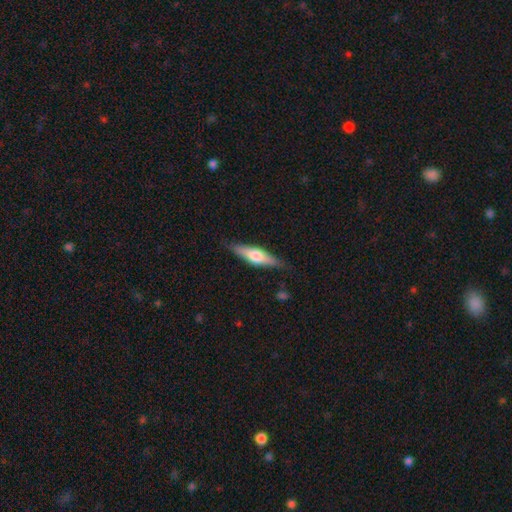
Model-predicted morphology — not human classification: A featured or disk galaxy (49%).

Vote fractions:
- Smooth or featured? featured or disk: 49% / smooth: 45% / star or artifact: 6%
- Merging? none: 83% / minor disturbance: 13% / major disturbance: 3% / merger: 1%